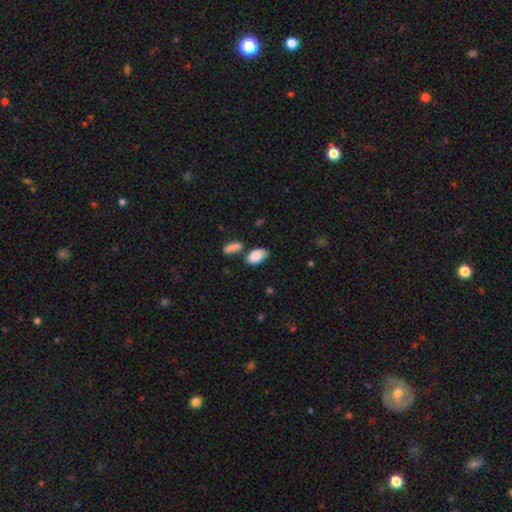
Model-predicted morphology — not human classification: smooth_or_featured: smooth (p=0.86) [alt: featured or disk p=0.07]
how_rounded: in between (p=0.93) [alt: round p=0.04]
merging: none (p=0.57) [alt: minor disturbance p=0.22]